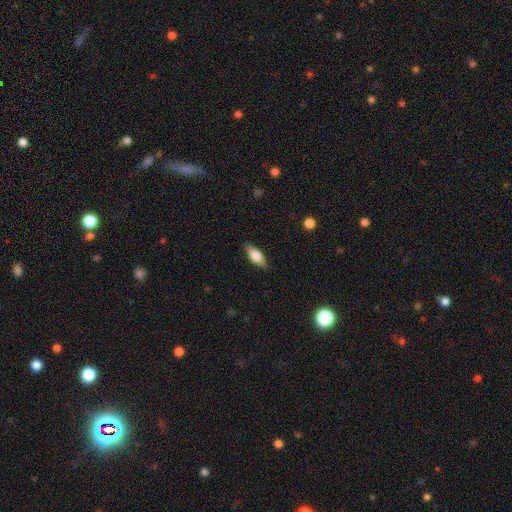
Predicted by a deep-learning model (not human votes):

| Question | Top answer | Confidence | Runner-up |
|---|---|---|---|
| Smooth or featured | smooth | 75% | featured or disk (19%) |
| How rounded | in between | 74% | cigar-shaped (24%) |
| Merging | none | 87% | minor disturbance (10%) |